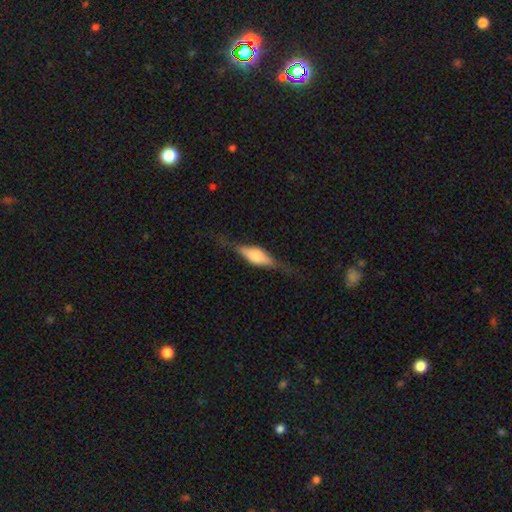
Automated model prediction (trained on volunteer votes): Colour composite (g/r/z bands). It shows a featured or disk galaxy (54%) viewed edge-on (93%) with a rounded central bulge (80%). Merging: none (74%).